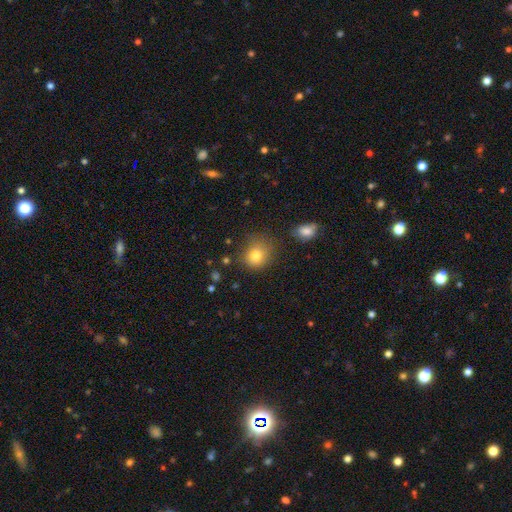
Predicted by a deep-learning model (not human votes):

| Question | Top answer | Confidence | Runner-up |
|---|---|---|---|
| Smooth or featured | smooth | 80% | star or artifact (12%) |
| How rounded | round | 79% | in between (20%) |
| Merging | none | 70% | minor disturbance (19%) |